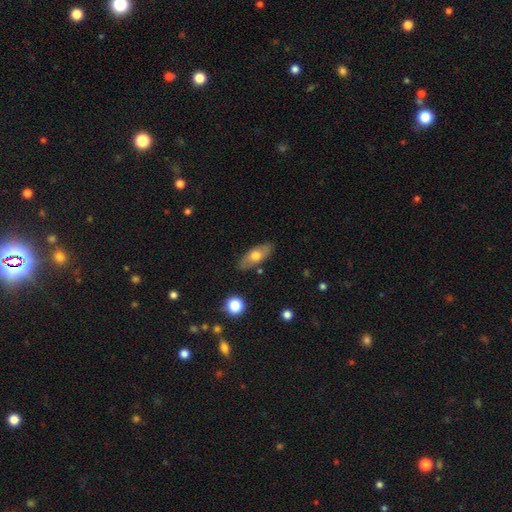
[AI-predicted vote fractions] Smooth or featured? Predicted: smooth (p=0.61). How rounded? Predicted: in between (p=0.81). Merging? Predicted: none (p=0.83).